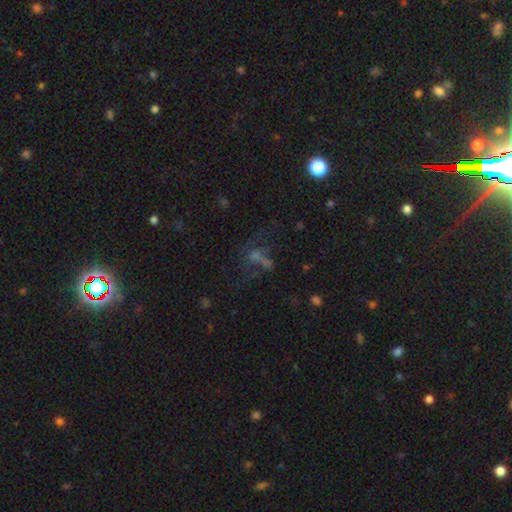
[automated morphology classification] smooth-or-featured: star or artifact: 42% | smooth: 32% | featured or disk: 26%